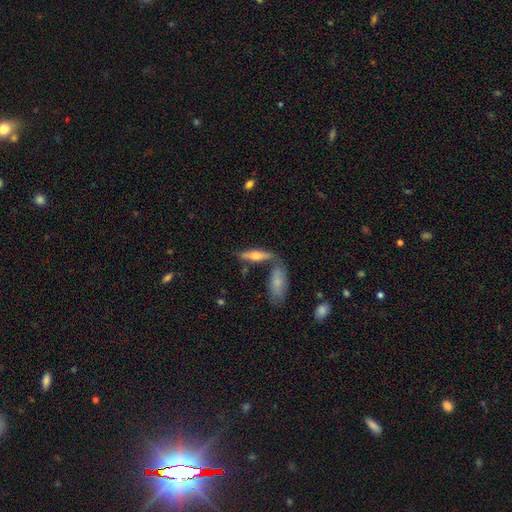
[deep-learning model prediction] The model was most divided on "smooth or featured": featured or disk: 49%, smooth: 44%, star or artifact: 6%. More confident: merging — none (63%).